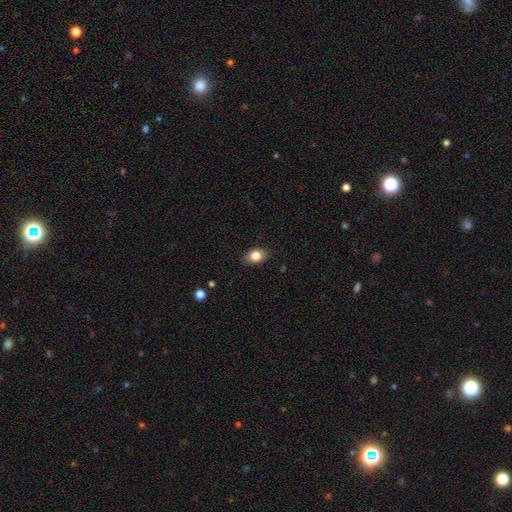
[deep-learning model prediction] This appears to be a smooth galaxy with no disk features (81%) that is in between round and cigar-shaped (80%). Merging: none (86%).